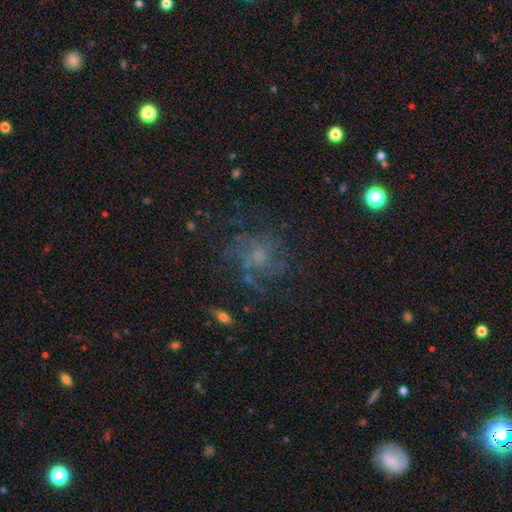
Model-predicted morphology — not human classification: A featured or disk galaxy (54%) with no bar (78%), spiral arms (71%) and a small central bulge (40%). Merging: none (61%).